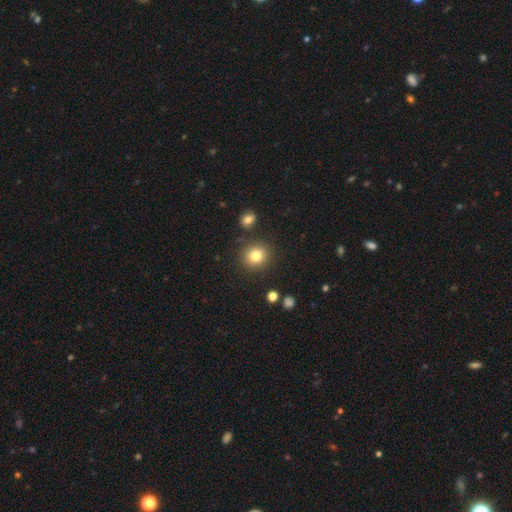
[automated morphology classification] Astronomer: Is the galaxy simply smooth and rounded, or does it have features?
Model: smooth — 82%.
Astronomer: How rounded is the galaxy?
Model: round — 84%.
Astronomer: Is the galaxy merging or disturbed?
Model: none — 85%.